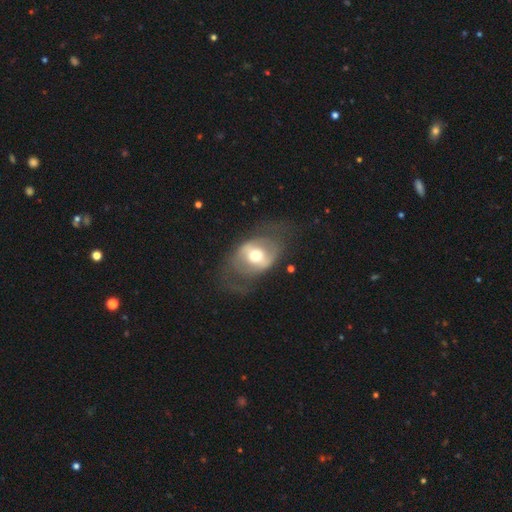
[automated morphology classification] Q: Smooth or featured?
A: featured or disk (59%); runner-up: smooth (35%)
Q: Edge-on disk?
A: no (92%); runner-up: yes (8%)
Q: Bar?
A: no (35%); runner-up: strong (33%)
Q: Spiral arms?
A: no (60%); runner-up: yes (40%)
Q: Bulge size?
A: moderate (67%); runner-up: large (17%)
Q: Merging?
A: none (60%); runner-up: major disturbance (20%)